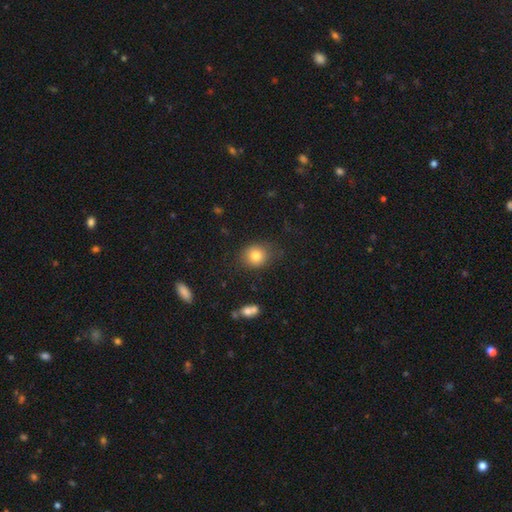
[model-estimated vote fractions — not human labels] smooth_or_featured: smooth (p=0.80) [alt: star or artifact p=0.11]
how_rounded: round (p=0.78) [alt: in between p=0.21]
merging: none (p=0.81) [alt: minor disturbance p=0.13]